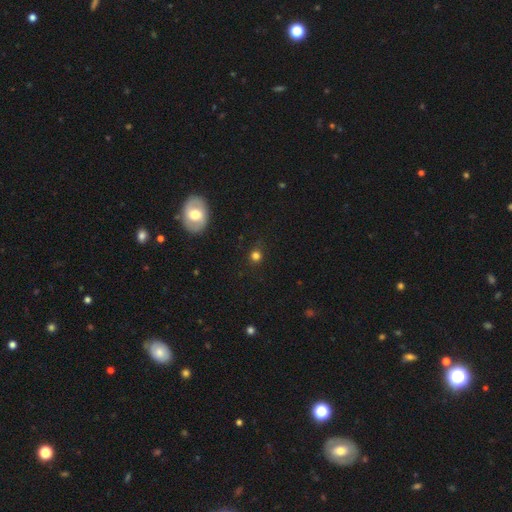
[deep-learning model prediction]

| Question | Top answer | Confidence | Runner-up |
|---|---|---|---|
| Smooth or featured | smooth | 77% | star or artifact (16%) |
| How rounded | round | 87% | in between (11%) |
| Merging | none | 84% | minor disturbance (10%) |